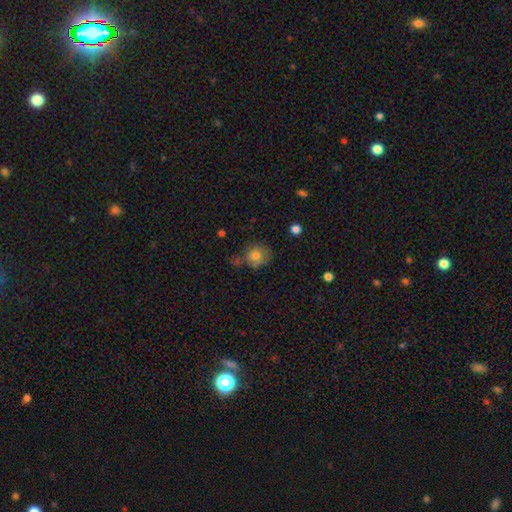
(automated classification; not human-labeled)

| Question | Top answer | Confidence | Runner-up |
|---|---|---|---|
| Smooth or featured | smooth | 75% | featured or disk (14%) |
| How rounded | round | 74% | in between (25%) |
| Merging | none | 56% | minor disturbance (26%) |